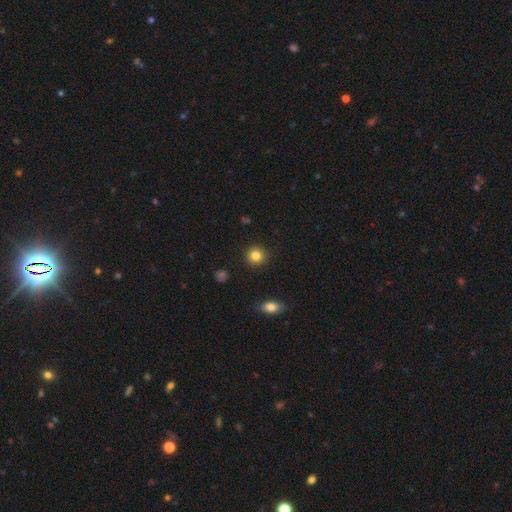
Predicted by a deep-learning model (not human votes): Smooth or featured: smooth — 84% (star or artifact — 11%)
How rounded: round — 91% (in between — 8%)
Merging: none — 91% (minor disturbance — 6%)